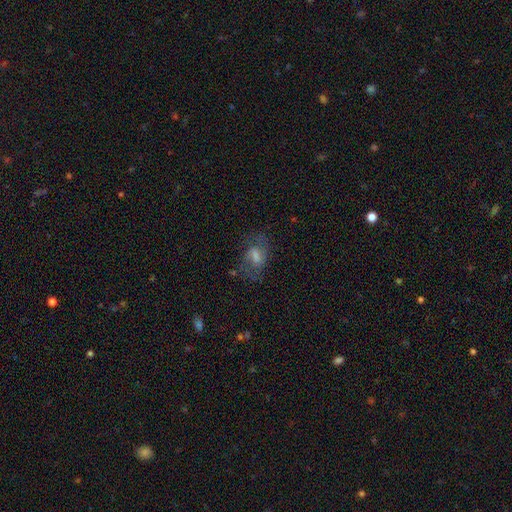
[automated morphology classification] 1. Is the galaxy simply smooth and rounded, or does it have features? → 54% featured or disk, 30% smooth, 16% star or artifact.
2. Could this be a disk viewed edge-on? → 95% no, 5% yes.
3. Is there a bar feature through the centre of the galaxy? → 53% weak, 32% no, 16% strong.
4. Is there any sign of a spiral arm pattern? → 79% yes, 21% no.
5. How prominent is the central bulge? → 41% moderate, 26% small, 16% large, 14% none, 2% dominant.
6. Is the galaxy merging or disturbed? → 66% none, 18% minor disturbance, 14% major disturbance, 2% merger.